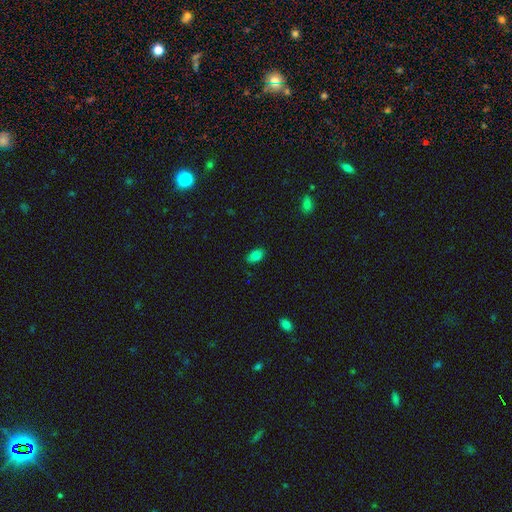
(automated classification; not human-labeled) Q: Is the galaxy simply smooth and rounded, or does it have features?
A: smooth — 80%.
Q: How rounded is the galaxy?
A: in between — 91%.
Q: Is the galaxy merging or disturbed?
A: none — 86%.